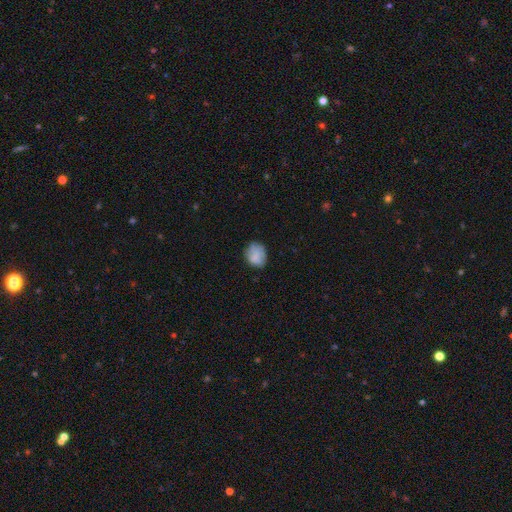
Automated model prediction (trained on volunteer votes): Q: Smooth or featured?
A: smooth (76%); runner-up: featured or disk (15%)
Q: How rounded?
A: round (52%); runner-up: in between (47%)
Q: Merging?
A: none (68%); runner-up: minor disturbance (23%)